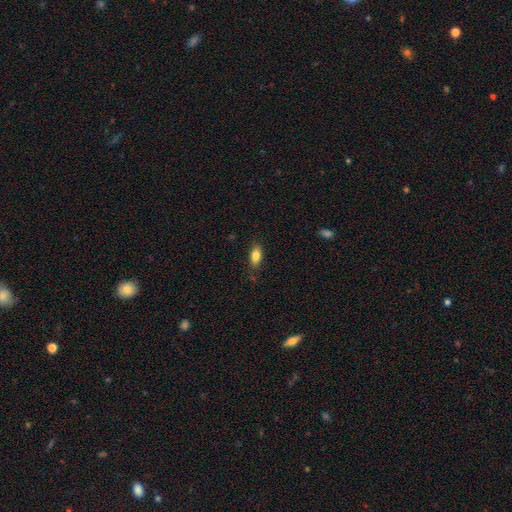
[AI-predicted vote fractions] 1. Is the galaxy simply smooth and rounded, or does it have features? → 83% smooth, 9% featured or disk, 8% star or artifact.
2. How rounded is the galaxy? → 85% in between, 12% cigar-shaped, 3% round.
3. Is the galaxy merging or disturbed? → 81% none, 14% minor disturbance, 3% major disturbance, 1% merger.